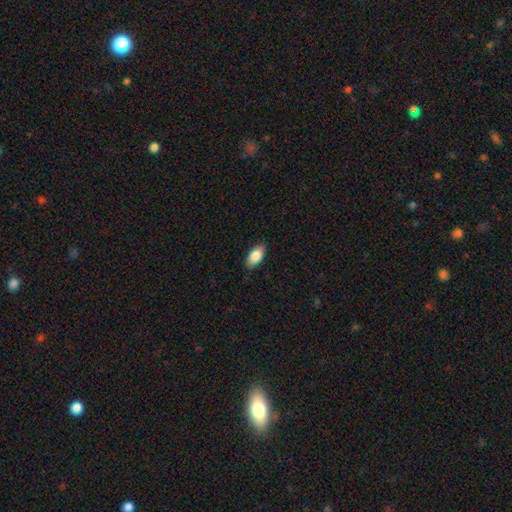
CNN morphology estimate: This appears to be a smooth galaxy with no disk features (83%) that is in between round and cigar-shaped (91%). Merging: none (86%).